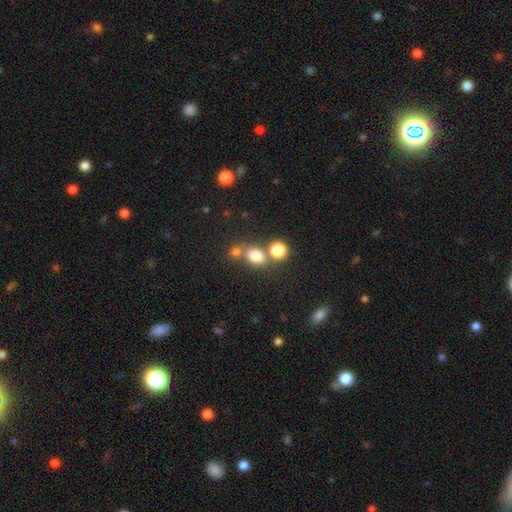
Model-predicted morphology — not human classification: smooth_or_featured: smooth (p=0.76) [alt: star or artifact p=0.15]
how_rounded: in between (p=0.54) [alt: round p=0.44]
merging: none (p=0.54) [alt: merger p=0.32]